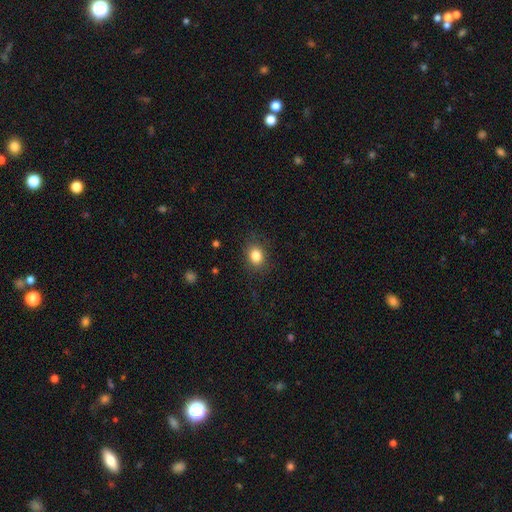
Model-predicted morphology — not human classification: A smooth galaxy with no disk features (84%) that is round (55%). Merging: none (85%).